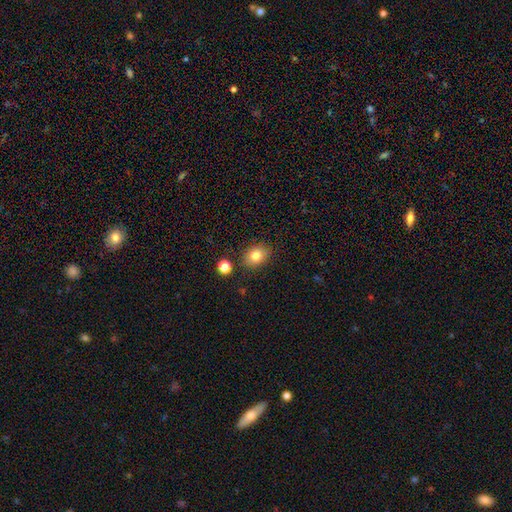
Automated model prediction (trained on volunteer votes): This appears to be a smooth galaxy with no disk features (82%) that is in between round and cigar-shaped (61%). Merging: none (84%).